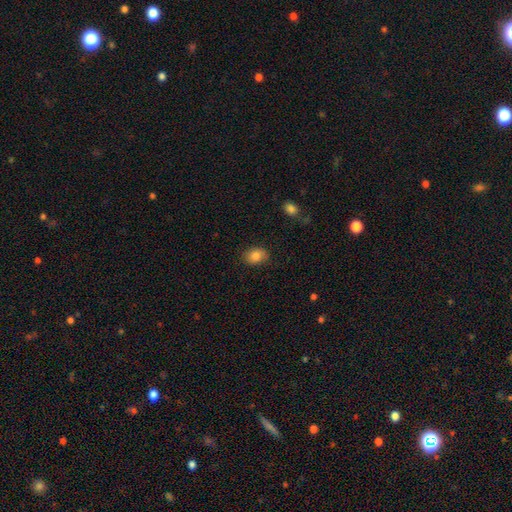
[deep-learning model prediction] Q: Smooth or featured?
A: smooth (84%); runner-up: star or artifact (9%)
Q: How rounded?
A: in between (71%); runner-up: round (28%)
Q: Merging?
A: none (83%); runner-up: minor disturbance (13%)